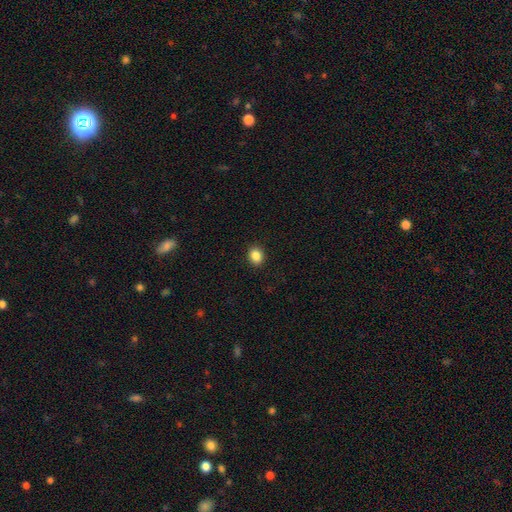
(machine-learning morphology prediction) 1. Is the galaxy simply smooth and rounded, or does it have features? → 86% smooth, 10% star or artifact, 4% featured or disk.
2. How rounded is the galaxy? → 55% round, 44% in between, 1% cigar-shaped.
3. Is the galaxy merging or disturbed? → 91% none, 6% minor disturbance, 2% major disturbance, 1% merger.